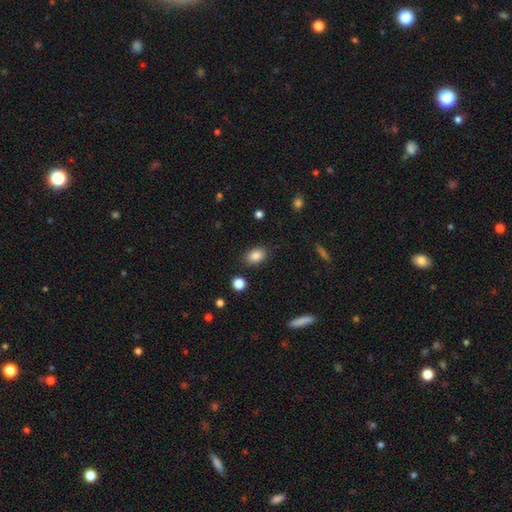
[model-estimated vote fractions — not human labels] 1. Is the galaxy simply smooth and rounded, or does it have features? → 86% smooth, 9% star or artifact, 5% featured or disk.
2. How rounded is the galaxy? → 83% in between, 16% round, 1% cigar-shaped.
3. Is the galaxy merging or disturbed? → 85% none, 10% minor disturbance, 3% major disturbance, 2% merger.